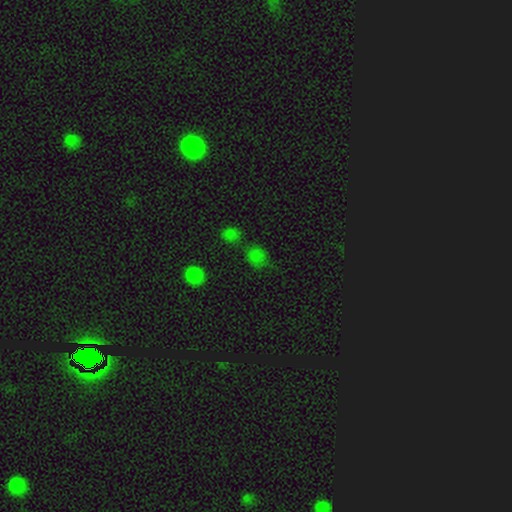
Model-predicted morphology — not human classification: A smooth galaxy with no disk features (64%) that is round (66%). Merging: none (64%).